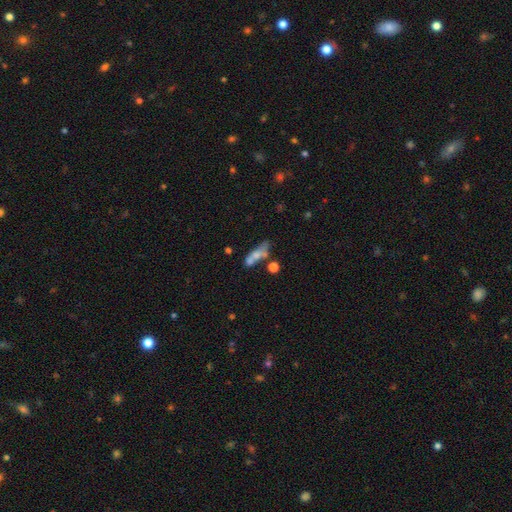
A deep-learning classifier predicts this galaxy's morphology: smooth_or_featured: smooth (p=0.56) [alt: featured or disk p=0.33]
how_rounded: in between (p=0.50) [alt: cigar-shaped p=0.42]
merging: none (p=0.34) [alt: merger p=0.33]